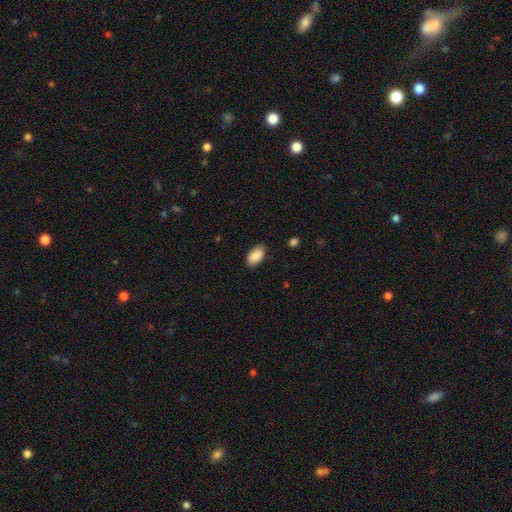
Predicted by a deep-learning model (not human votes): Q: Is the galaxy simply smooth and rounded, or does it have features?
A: smooth — 90%.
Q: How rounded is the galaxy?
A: in between — 95%.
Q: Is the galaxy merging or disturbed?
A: none — 86%.